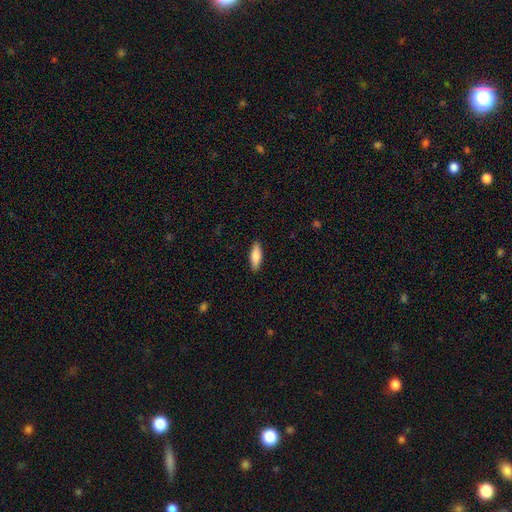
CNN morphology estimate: Smooth or featured? smooth (81%)
How rounded? in between (62%)
Merging? none (88%)